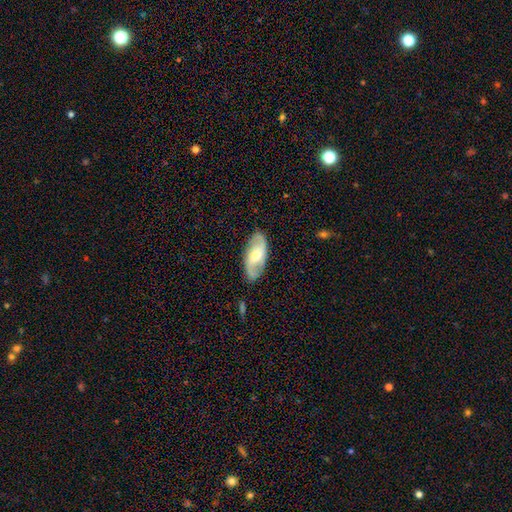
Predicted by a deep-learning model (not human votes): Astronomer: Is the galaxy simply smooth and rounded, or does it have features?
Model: featured or disk — 70%.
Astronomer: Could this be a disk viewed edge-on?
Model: no — 92%.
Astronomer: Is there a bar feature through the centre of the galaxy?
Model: no — 50% (runner-up: weak, 37%).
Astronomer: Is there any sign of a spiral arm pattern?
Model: yes — 89%.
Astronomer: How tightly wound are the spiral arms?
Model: loose — 45% (runner-up: medium, 39%).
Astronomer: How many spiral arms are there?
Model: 2 — 89%.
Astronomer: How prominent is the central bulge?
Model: moderate — 53% (runner-up: small, 41%).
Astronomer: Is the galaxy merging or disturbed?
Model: none — 84%.